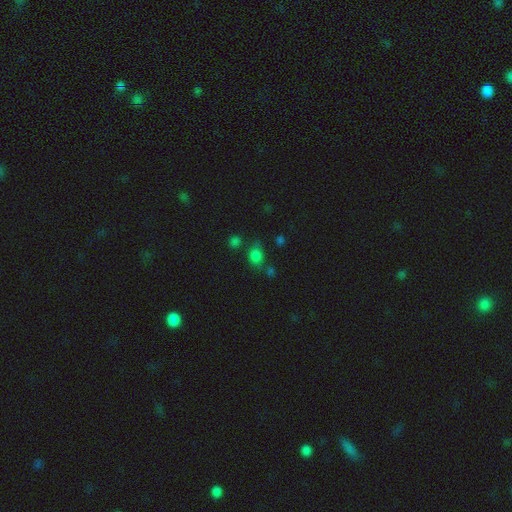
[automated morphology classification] Smooth or featured? smooth (74%)
How rounded? round (52%)
Merging? none (64%)